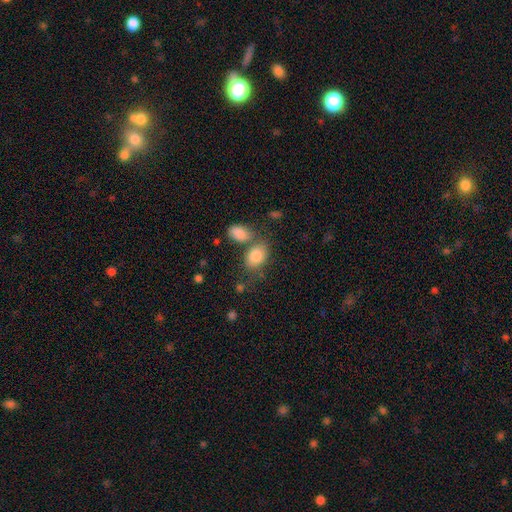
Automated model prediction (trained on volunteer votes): smooth_or_featured: smooth (p=0.84) [alt: star or artifact p=0.08]
how_rounded: in between (p=0.81) [alt: round p=0.18]
merging: none (p=0.52) [alt: merger p=0.28]